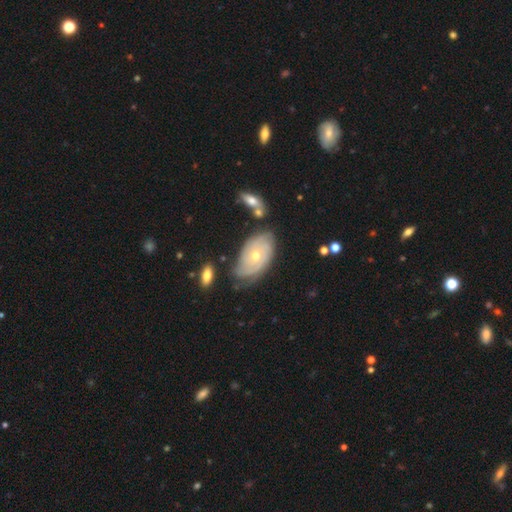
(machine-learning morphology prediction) Smooth or featured?
  - featured or disk: 76% *
  - smooth: 17%
  - star or artifact: 7%
Edge-on disk?
  - no: 94% *
  - yes: 6%
Bar?
  - no: 83% *
  - weak: 14%
  - strong: 3%
Spiral arms?
  - yes: 87% *
  - no: 13%
Spiral winding?
  - tight: 76% *
  - medium: 18%
  - loose: 6%
Spiral arm count?
  - can't tell: 48% *
  - 2: 19%
  - 3: 15%
  - 4: 8%
  - more than 4: 5%
  - 1: 5%
Bulge size?
  - moderate: 51% *
  - small: 46%
  - large: 1%
  - none: 1%
  - dominant: 1%
Merging?
  - none: 66% *
  - minor disturbance: 23%
  - major disturbance: 6%
  - merger: 5%